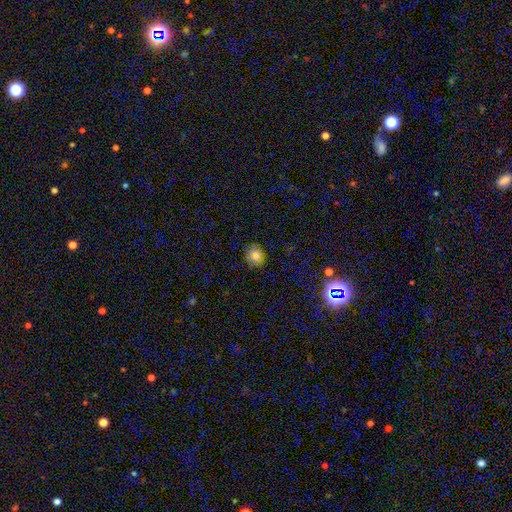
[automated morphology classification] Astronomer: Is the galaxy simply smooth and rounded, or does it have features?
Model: smooth — 78%.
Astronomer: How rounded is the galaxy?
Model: round — 84%.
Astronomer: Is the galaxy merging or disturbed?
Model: none — 78%.